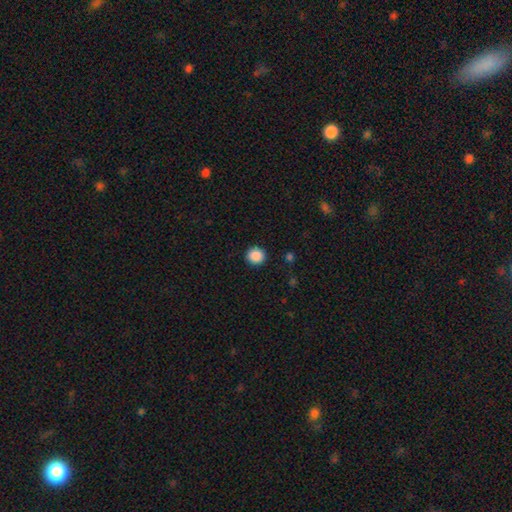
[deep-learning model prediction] The model was most divided on "smooth or featured": smooth: 89%, star or artifact: 9%, featured or disk: 2%. More confident: how rounded — round (92%); merging — none (91%).